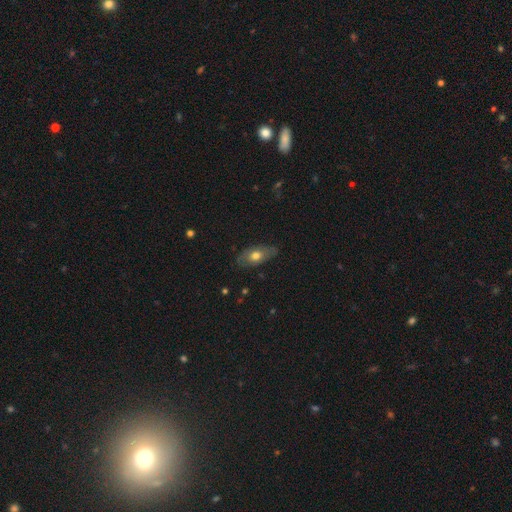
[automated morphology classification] A smooth galaxy with no disk features (61%) that is in between round and cigar-shaped (85%).

Vote fractions:
- Smooth or featured? smooth: 61% / featured or disk: 32% / star or artifact: 7%
- How rounded? in between: 85% / cigar-shaped: 9% / round: 6%
- Merging? none: 76% / minor disturbance: 19% / major disturbance: 4% / merger: 1%